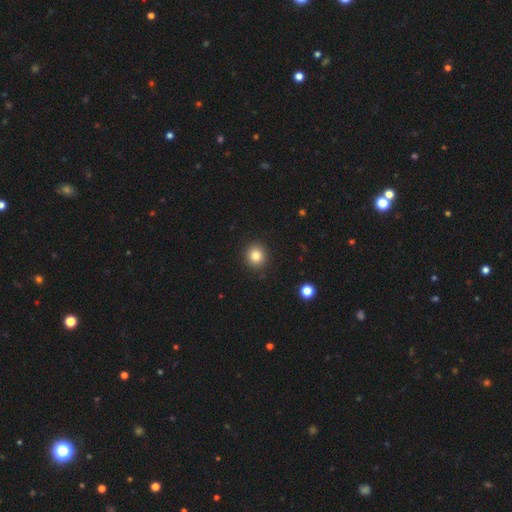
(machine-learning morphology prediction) type=smooth (82%); roundness=round (89%); merging=none (91%).